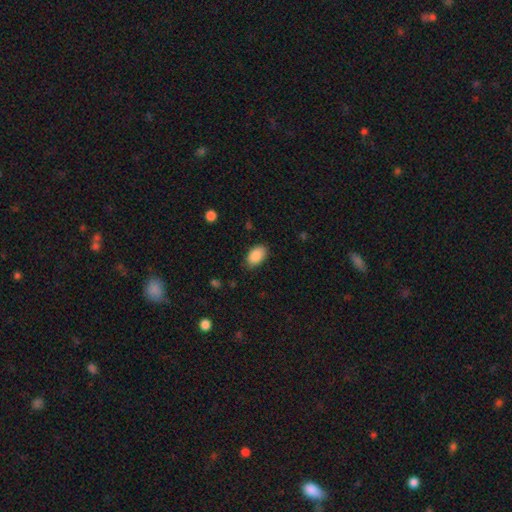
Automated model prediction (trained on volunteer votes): Smooth or featured? smooth (89%)
How rounded? in between (92%)
Merging? none (83%)